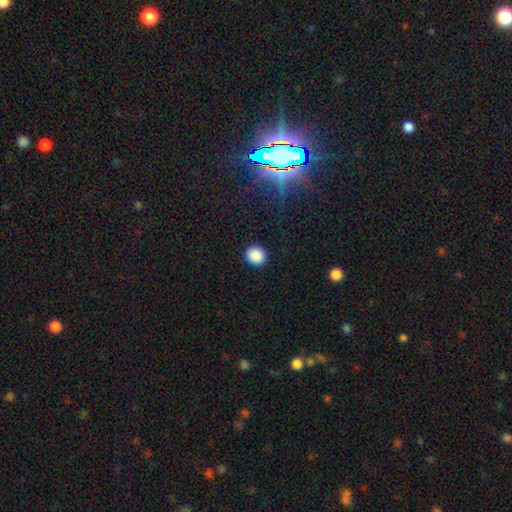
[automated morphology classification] Q: Smooth or featured?
A: smooth (88%); runner-up: star or artifact (9%)
Q: How rounded?
A: round (88%); runner-up: in between (11%)
Q: Merging?
A: none (92%); runner-up: minor disturbance (5%)